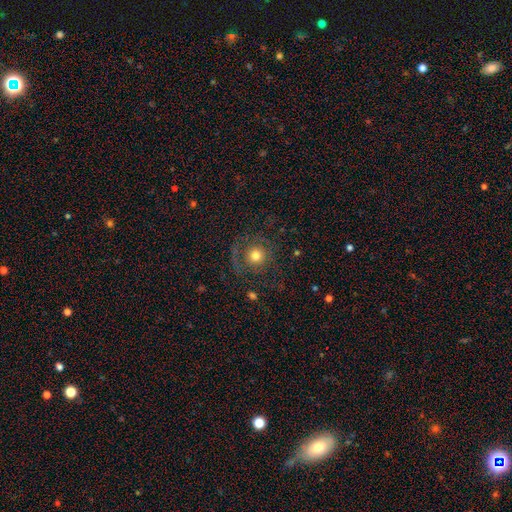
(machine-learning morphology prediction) Smooth or featured: smooth — 60% (featured or disk — 28%)
How rounded: round — 93% (in between — 6%)
Merging: none — 70% (major disturbance — 15%)